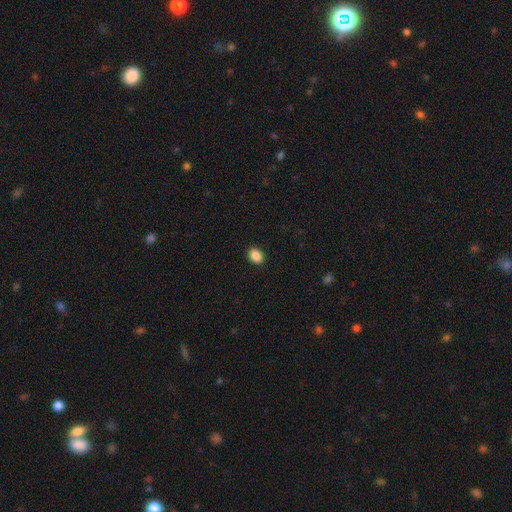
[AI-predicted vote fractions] This is clearly a smooth galaxy (88%). How rounded: likely in between (77%). Merging: clearly none (91%).